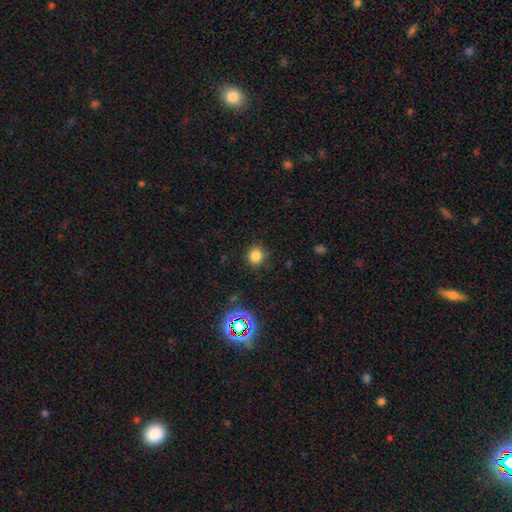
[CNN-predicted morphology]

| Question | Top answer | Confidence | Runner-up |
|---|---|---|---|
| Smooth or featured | smooth | 80% | star or artifact (15%) |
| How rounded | round | 88% | in between (11%) |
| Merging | none | 87% | minor disturbance (9%) |